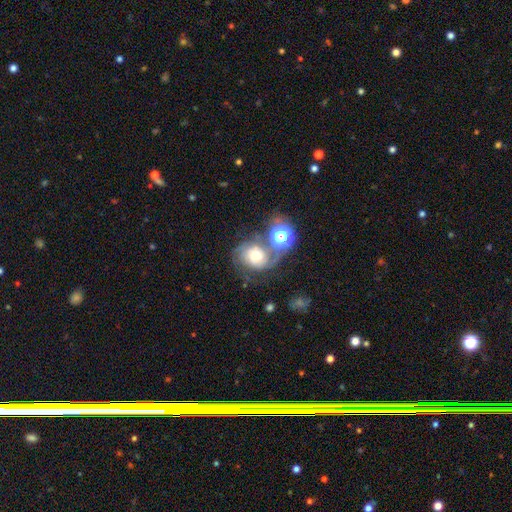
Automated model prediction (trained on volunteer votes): Smooth or featured: featured or disk — 61% (smooth — 26%)
Edge-on disk: no — 97% (yes — 3%)
Bar: no — 74% (weak — 21%)
Spiral arms: yes — 86% (no — 14%)
Spiral winding: medium — 42% (tight — 39%)
Spiral arm count: 2 — 54% (can't tell — 23%)
Bulge size: moderate — 45% (large — 30%)
Merging: none — 41% (merger — 24%)